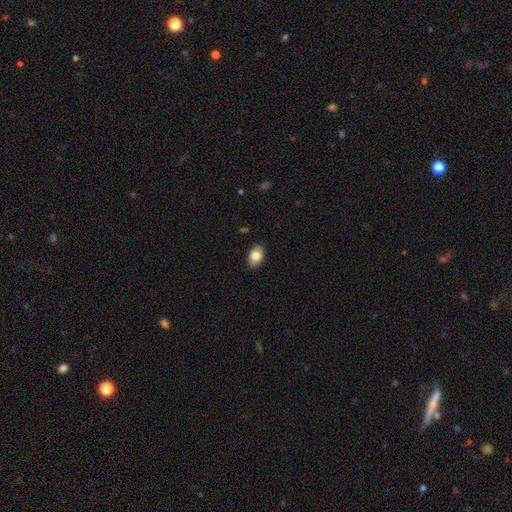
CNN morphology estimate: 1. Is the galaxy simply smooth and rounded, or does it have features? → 83% smooth, 9% featured or disk, 7% star or artifact.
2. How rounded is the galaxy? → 87% in between, 12% round, 1% cigar-shaped.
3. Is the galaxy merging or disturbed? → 88% none, 9% minor disturbance, 2% major disturbance, 1% merger.